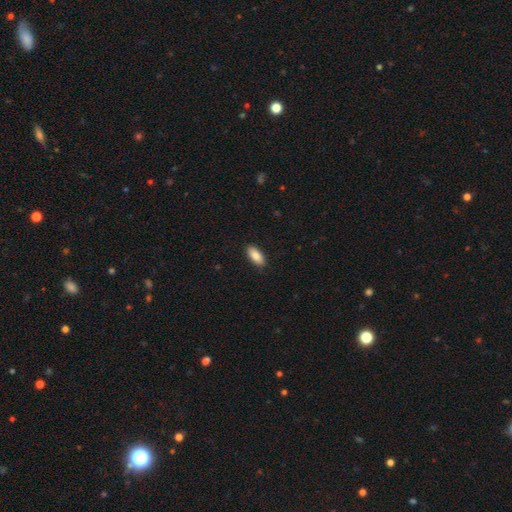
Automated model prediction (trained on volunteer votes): Q: Smooth or featured?
A: smooth (85%); runner-up: featured or disk (9%)
Q: How rounded?
A: in between (87%); runner-up: cigar-shaped (11%)
Q: Merging?
A: none (89%); runner-up: minor disturbance (9%)